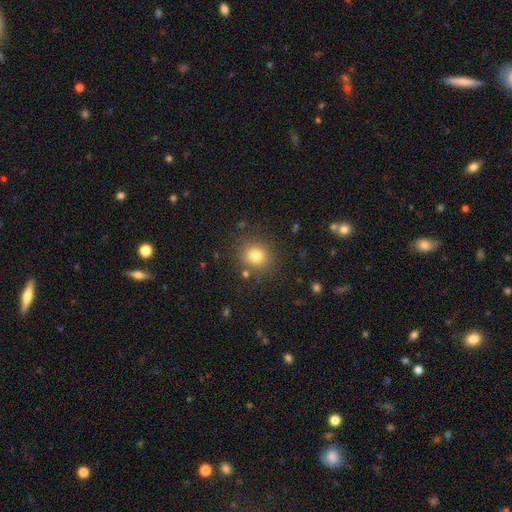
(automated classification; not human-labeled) Morphology: type=smooth (77%); roundness=round (87%); merging=none (84%).